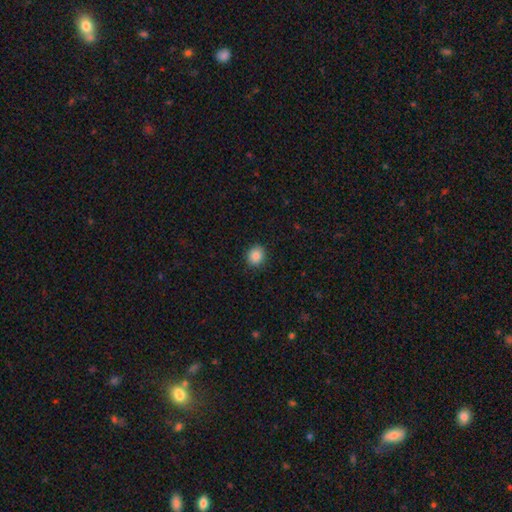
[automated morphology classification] smooth 87%, star or artifact 9%, featured or disk 4%. Down the decision tree: how rounded — round (79%); merging — none (91%).